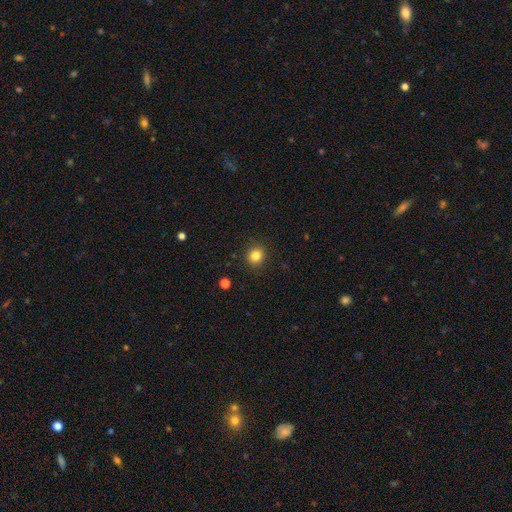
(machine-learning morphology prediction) The model was most divided on "how rounded": round: 82%, in between: 18%, cigar-shaped: 1%. More confident: merging — none (90%); smooth or featured — smooth (83%).